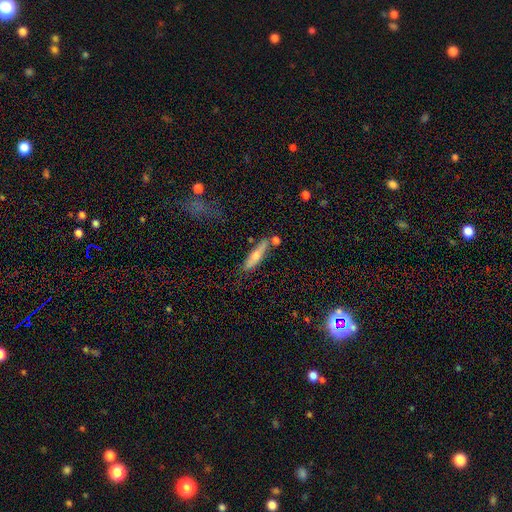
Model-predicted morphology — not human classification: Smooth or featured? featured or disk (43%, tied with smooth)
Merging? none (73%)